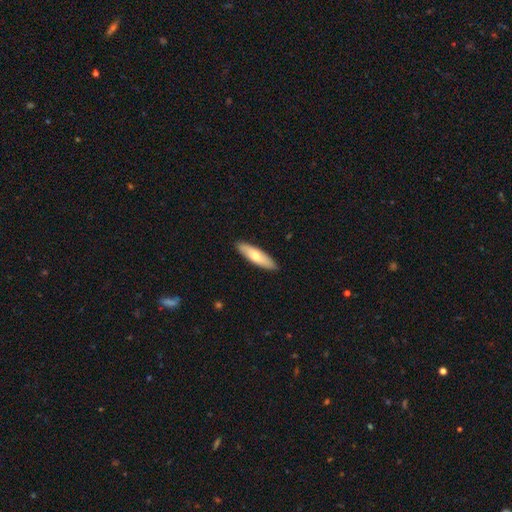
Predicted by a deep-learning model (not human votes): Smooth or featured? Predicted: smooth (p=0.67). How rounded? Predicted: cigar-shaped (p=0.62). Merging? Predicted: none (p=0.89).